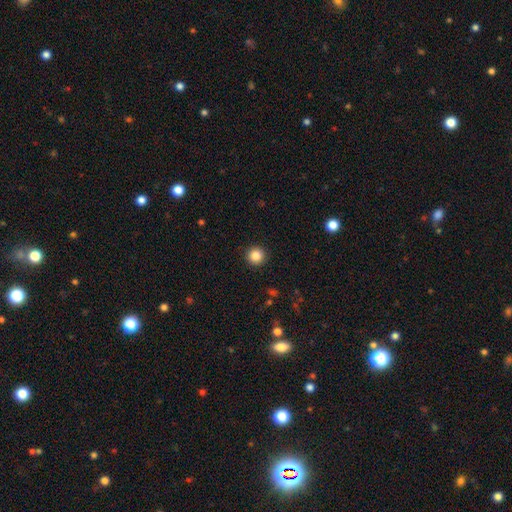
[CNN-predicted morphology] smooth-or-featured: smooth: 85% | star or artifact: 11% | featured or disk: 4%
  how-rounded: round: 95% | in between: 4% | cigar-shaped: 1%
  merging: none: 93% | minor disturbance: 5% | major disturbance: 2% | merger: 1%